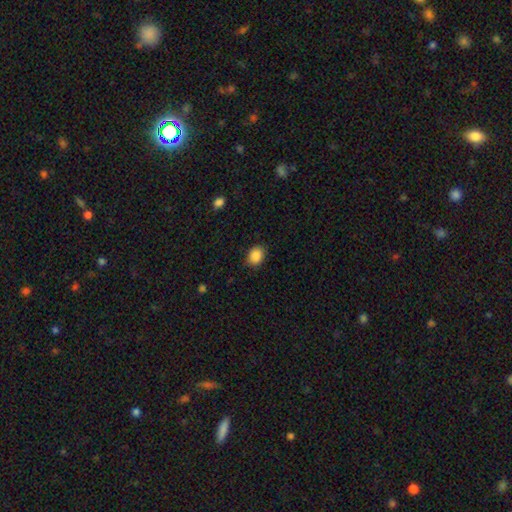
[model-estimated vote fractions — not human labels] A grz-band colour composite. It shows a smooth galaxy with no disk features (87%) that is in between round and cigar-shaped (56%). Merging: none (85%).